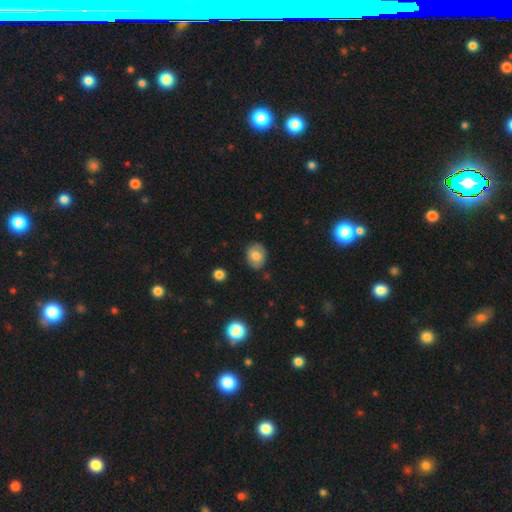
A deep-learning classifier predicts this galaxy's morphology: Smooth or featured: smooth — 73% (featured or disk — 18%)
How rounded: round — 55% (in between — 44%)
Merging: none — 82% (minor disturbance — 14%)